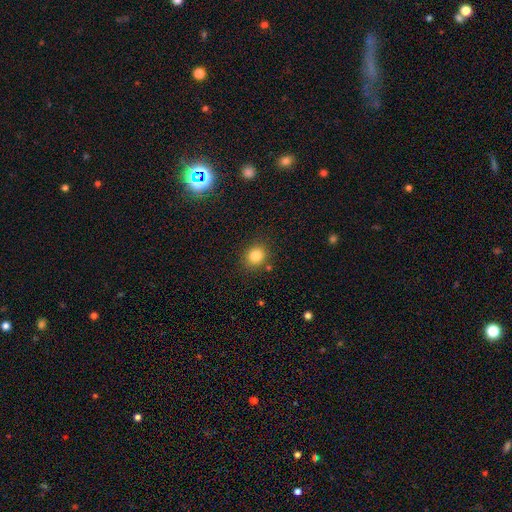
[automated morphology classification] smooth-or-featured: smooth: 83% | star or artifact: 12% | featured or disk: 5%
  how-rounded: round: 75% | in between: 24% | cigar-shaped: 1%
  merging: none: 83% | minor disturbance: 10% | merger: 4% | major disturbance: 3%